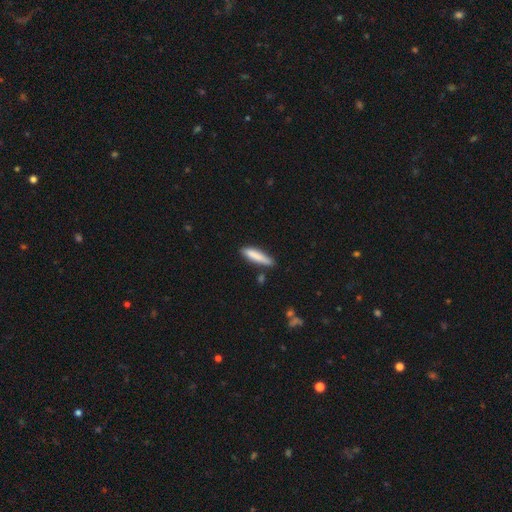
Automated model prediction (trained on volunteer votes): The model was most divided on "merging": none: 75%, minor disturbance: 18%, merger: 4%, major disturbance: 3%. More confident: smooth or featured — smooth (83%); how rounded — cigar-shaped (80%).